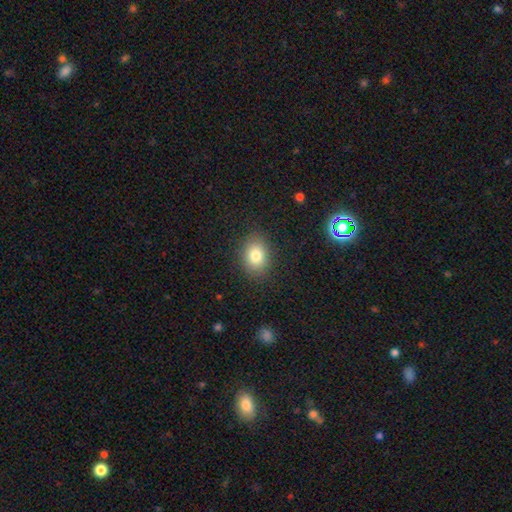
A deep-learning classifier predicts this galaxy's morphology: smooth-or-featured: smooth: 81% | star or artifact: 10% | featured or disk: 9%
  how-rounded: in between: 64% | round: 35% | cigar-shaped: 1%
  merging: none: 87% | minor disturbance: 9% | major disturbance: 3% | merger: 1%